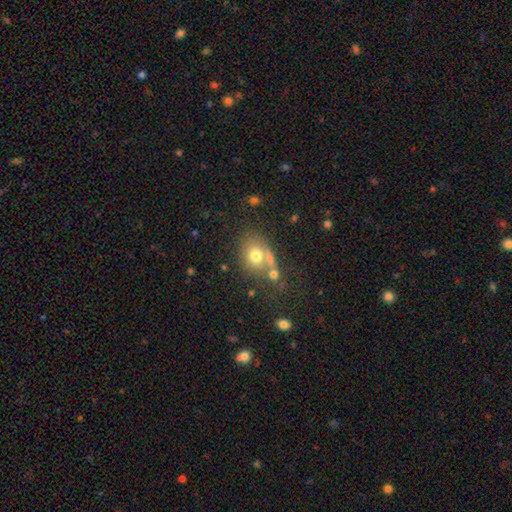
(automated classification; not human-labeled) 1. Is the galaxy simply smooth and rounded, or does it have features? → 70% smooth, 17% featured or disk, 12% star or artifact.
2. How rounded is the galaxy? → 57% round, 42% in between, 1% cigar-shaped.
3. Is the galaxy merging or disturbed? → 44% none, 33% merger, 14% minor disturbance, 9% major disturbance.